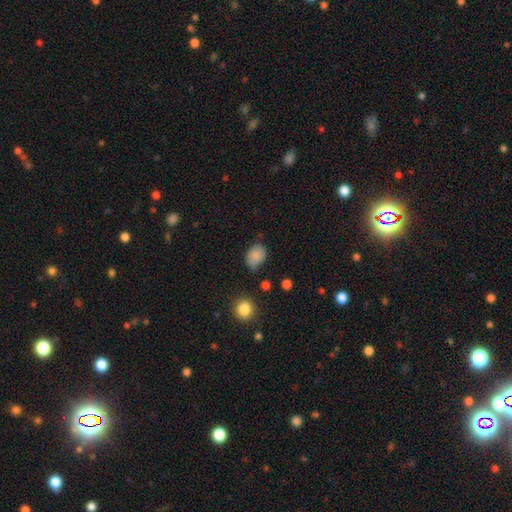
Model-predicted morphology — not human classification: Smooth or featured? Predicted: smooth (p=0.84). How rounded? Predicted: in between (p=0.69). Merging? Predicted: none (p=0.57).